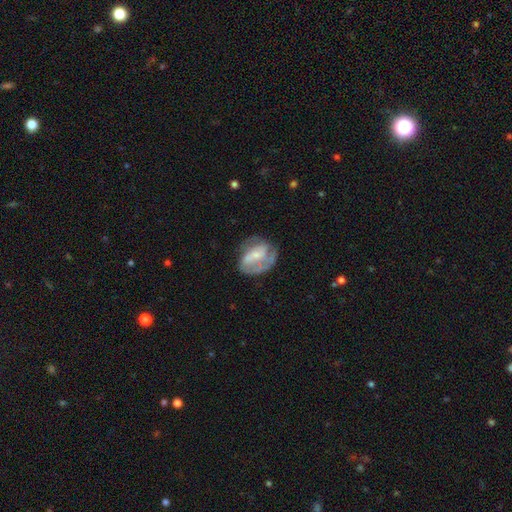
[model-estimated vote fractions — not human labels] Morphology: type=featured or disk (65%); edge-on=no (97%); bar=no (49%); spiral arms=yes (71%); bulge=small (55%); merging=none (50%).